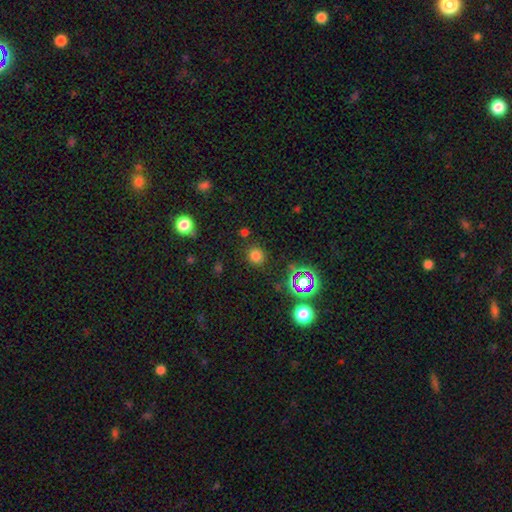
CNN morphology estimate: smooth 71%, star or artifact 23%, featured or disk 5%. Down the decision tree: how rounded — round (87%); merging — none (86%).